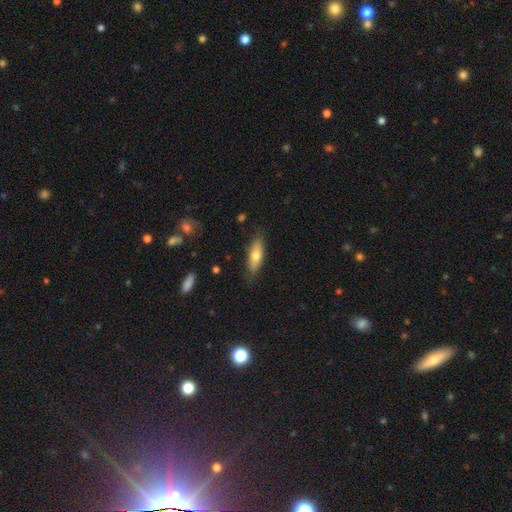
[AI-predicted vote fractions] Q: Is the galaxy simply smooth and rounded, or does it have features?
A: smooth — 68%.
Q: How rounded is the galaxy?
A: in between — 58%.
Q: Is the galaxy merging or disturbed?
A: none — 82%.